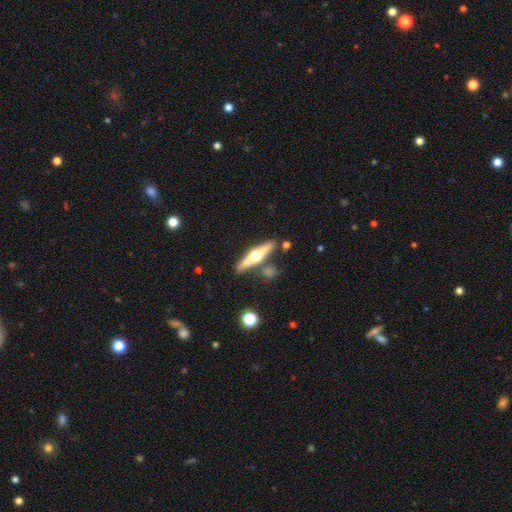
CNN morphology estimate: This appears to be a featured or disk galaxy (69%) viewed edge-on (96%) with a rounded central bulge (95%). Merging: none (78%).